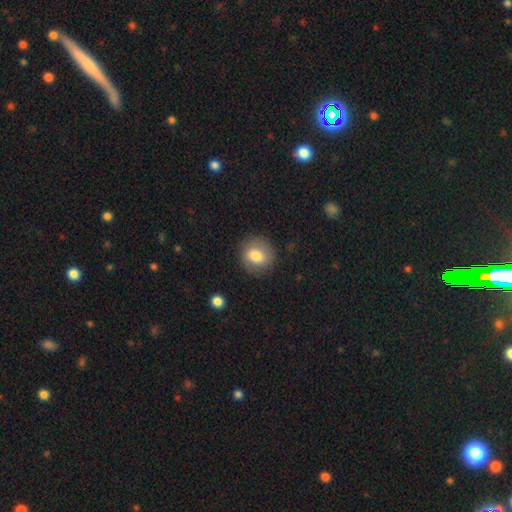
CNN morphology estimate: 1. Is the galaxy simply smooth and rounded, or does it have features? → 77% smooth, 15% featured or disk, 8% star or artifact.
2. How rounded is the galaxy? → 78% round, 21% in between, 1% cigar-shaped.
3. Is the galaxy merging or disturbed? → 83% none, 11% minor disturbance, 4% major disturbance, 1% merger.